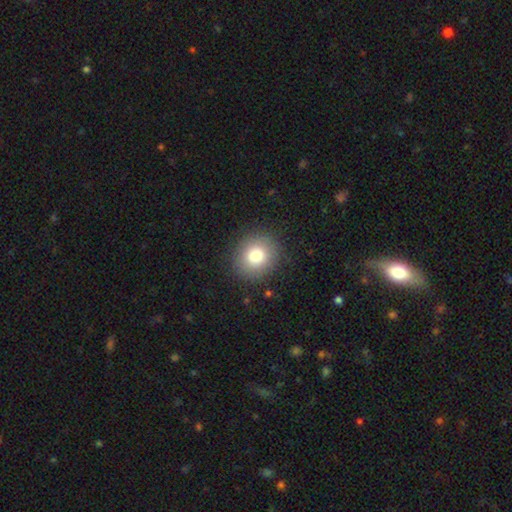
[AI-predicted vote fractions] Smooth or featured?
  - smooth: 81% *
  - star or artifact: 10%
  - featured or disk: 10%
How rounded?
  - round: 85% *
  - in between: 15%
  - cigar-shaped: 1%
Merging?
  - none: 87% *
  - minor disturbance: 8%
  - major disturbance: 3%
  - merger: 1%